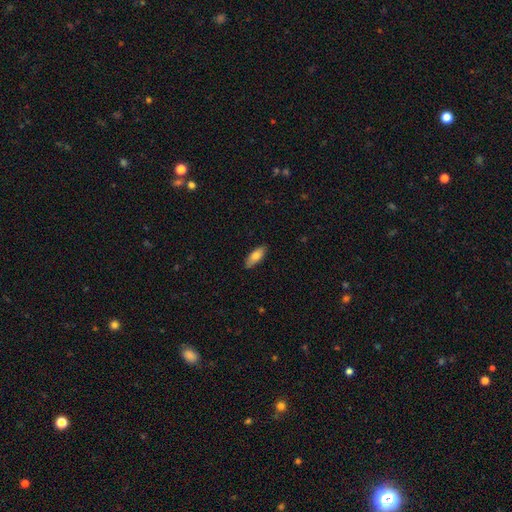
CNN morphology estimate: The model was most divided on "how rounded": in between: 75%, cigar-shaped: 23%, round: 2%. More confident: merging — none (85%); smooth or featured — smooth (76%).